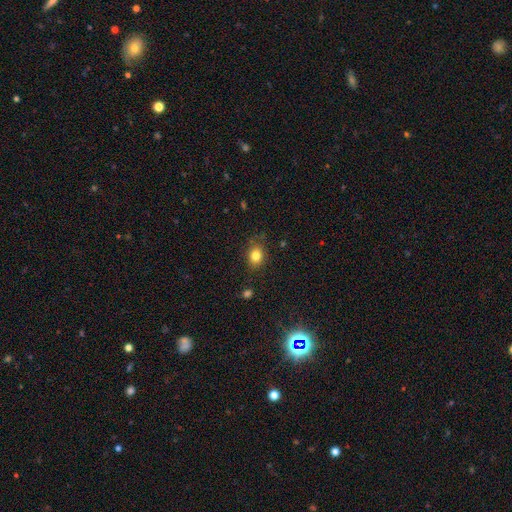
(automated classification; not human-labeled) Smooth or featured?
  - smooth: 82% *
  - star or artifact: 11%
  - featured or disk: 7%
How rounded?
  - round: 51% *
  - in between: 48%
  - cigar-shaped: 1%
Merging?
  - none: 79% *
  - minor disturbance: 15%
  - major disturbance: 4%
  - merger: 2%